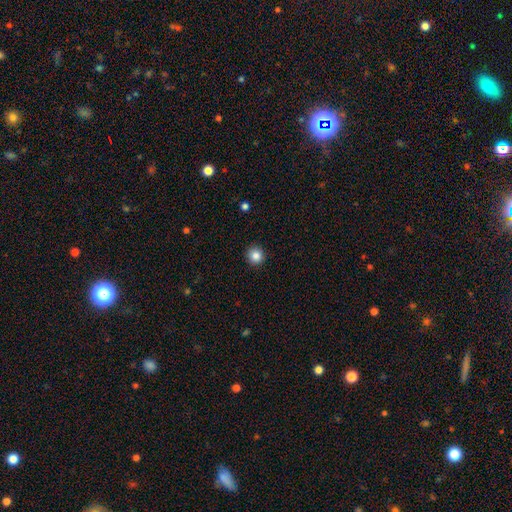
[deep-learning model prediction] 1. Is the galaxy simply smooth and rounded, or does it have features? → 85% smooth, 10% star or artifact, 5% featured or disk.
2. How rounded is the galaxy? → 94% round, 5% in between, 1% cigar-shaped.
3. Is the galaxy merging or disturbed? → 92% none, 5% minor disturbance, 2% major disturbance, 1% merger.